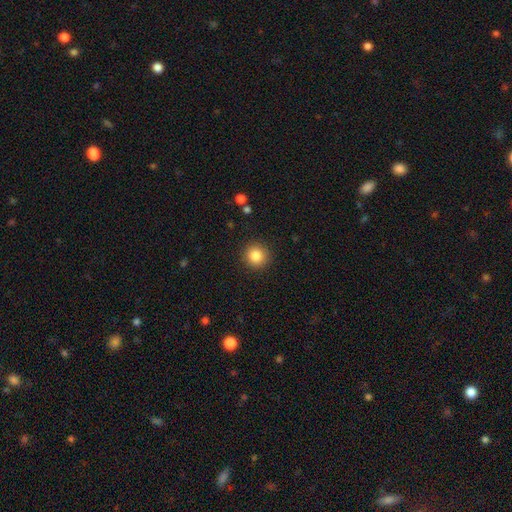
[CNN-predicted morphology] Smooth or featured? Predicted: smooth (p=0.85). How rounded? Predicted: round (p=0.94). Merging? Predicted: none (p=0.91).